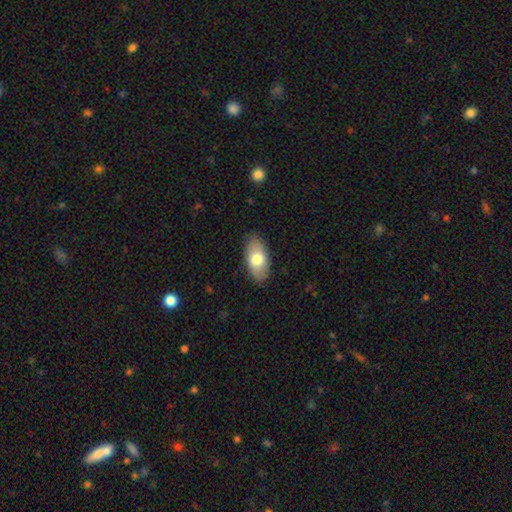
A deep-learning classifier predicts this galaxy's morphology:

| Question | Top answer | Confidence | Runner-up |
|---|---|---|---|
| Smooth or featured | smooth | 68% | featured or disk (21%) |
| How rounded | in between | 90% | round (5%) |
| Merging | none | 88% | minor disturbance (9%) |